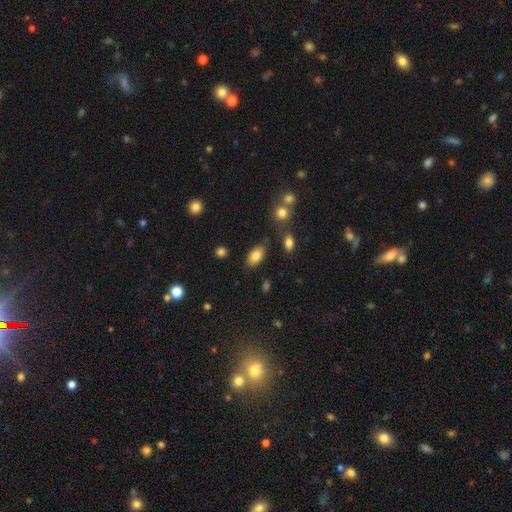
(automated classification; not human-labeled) This is clearly a smooth galaxy (82%). How rounded: clearly in between (92%). Merging: clearly none (81%).